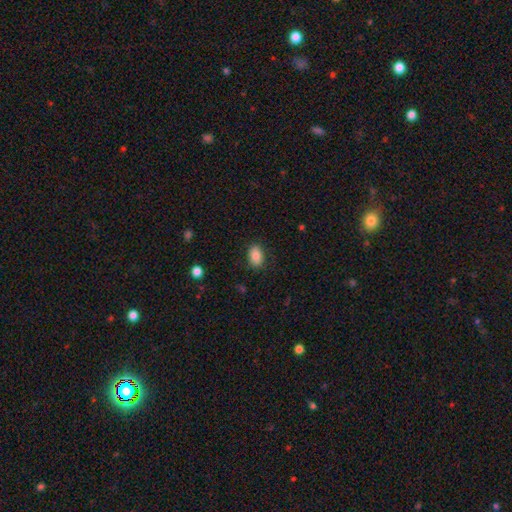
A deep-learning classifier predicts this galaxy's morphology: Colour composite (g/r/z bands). It shows a smooth galaxy with no disk features (84%) that is in between round and cigar-shaped (84%). Merging: none (84%).